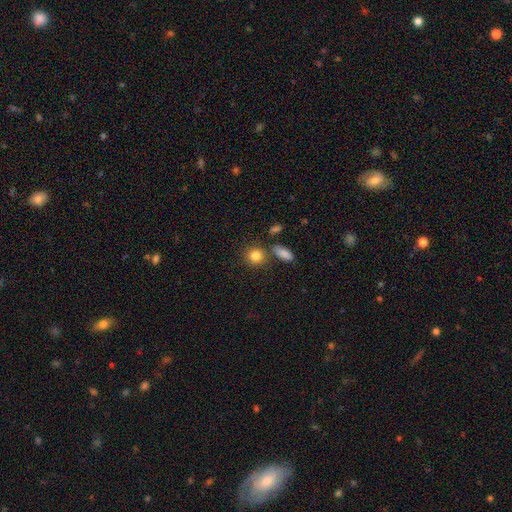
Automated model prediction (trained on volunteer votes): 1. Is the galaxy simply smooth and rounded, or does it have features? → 84% smooth, 9% star or artifact, 7% featured or disk.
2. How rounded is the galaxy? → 80% round, 18% in between, 2% cigar-shaped.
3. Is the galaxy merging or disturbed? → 75% none, 11% merger, 10% minor disturbance, 4% major disturbance.